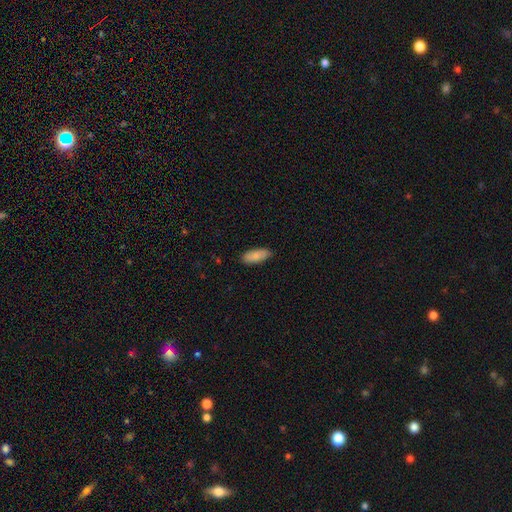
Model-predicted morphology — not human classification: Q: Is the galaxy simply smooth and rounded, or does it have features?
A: smooth — 86%.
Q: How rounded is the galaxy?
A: in between — 75%.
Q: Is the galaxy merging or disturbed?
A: none — 85%.